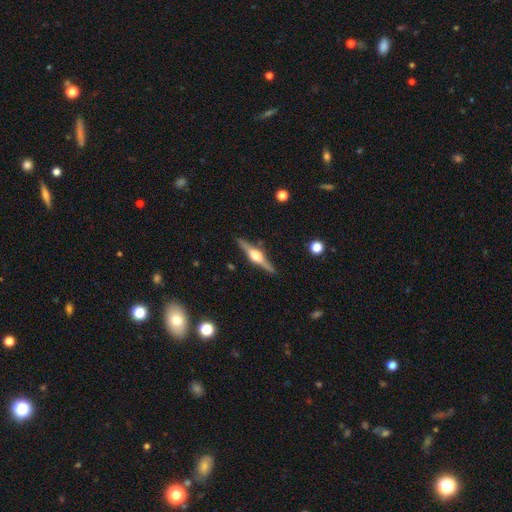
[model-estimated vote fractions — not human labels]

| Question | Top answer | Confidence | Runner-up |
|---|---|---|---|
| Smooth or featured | featured or disk | 82% | smooth (13%) |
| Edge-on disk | yes | 98% | no (2%) |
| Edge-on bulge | rounded | 92% | boxy (6%) |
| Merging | none | 90% | minor disturbance (7%) |